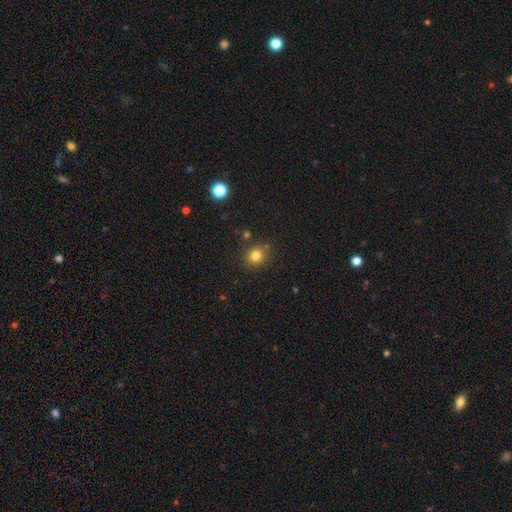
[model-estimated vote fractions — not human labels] smooth 80%, star or artifact 14%, featured or disk 6%. Down the decision tree: how rounded — round (88%); merging — none (83%).